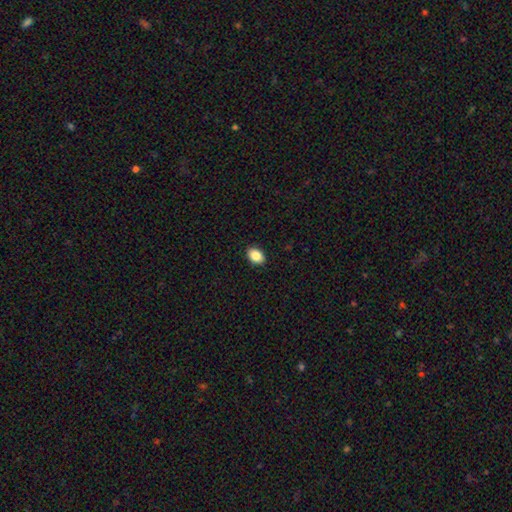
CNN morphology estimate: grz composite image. It shows a smooth galaxy with no disk features (87%) that is in between round and cigar-shaped (77%). Merging: none (91%).